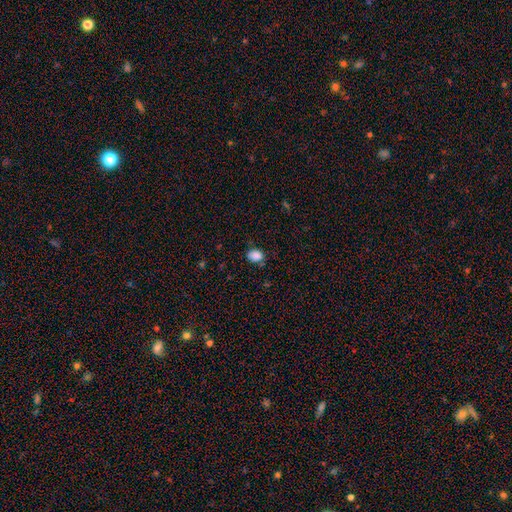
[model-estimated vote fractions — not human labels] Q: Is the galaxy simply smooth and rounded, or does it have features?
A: smooth — 86%.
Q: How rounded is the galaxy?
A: in between — 61%.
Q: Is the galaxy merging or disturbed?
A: none — 78%.